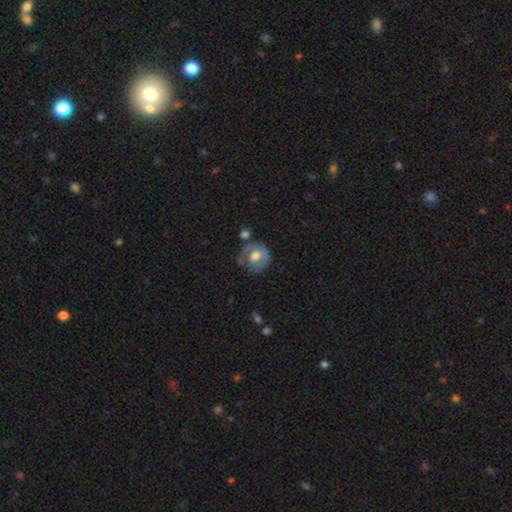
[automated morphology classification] This is possibly a smooth galaxy (49%). Merging: possibly none (59%).